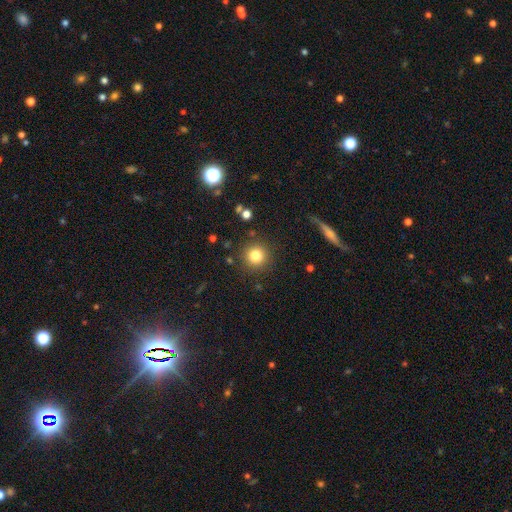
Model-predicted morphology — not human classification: The model was most divided on "smooth or featured": smooth: 81%, star or artifact: 12%, featured or disk: 7%. More confident: how rounded — round (94%); merging — none (88%).